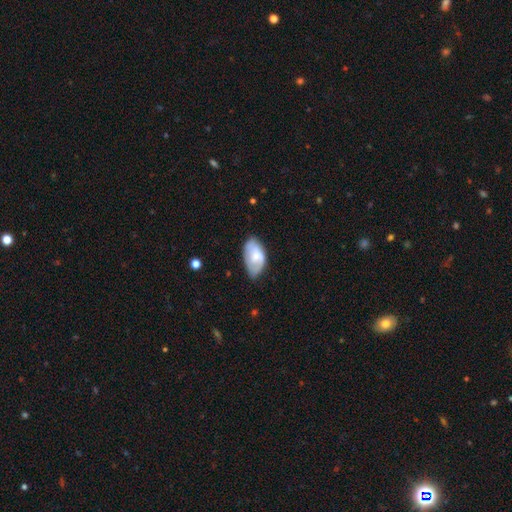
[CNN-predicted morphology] Smooth or featured: smooth — 55% (featured or disk — 38%)
How rounded: in between — 94% (round — 4%)
Merging: none — 60% (minor disturbance — 31%)